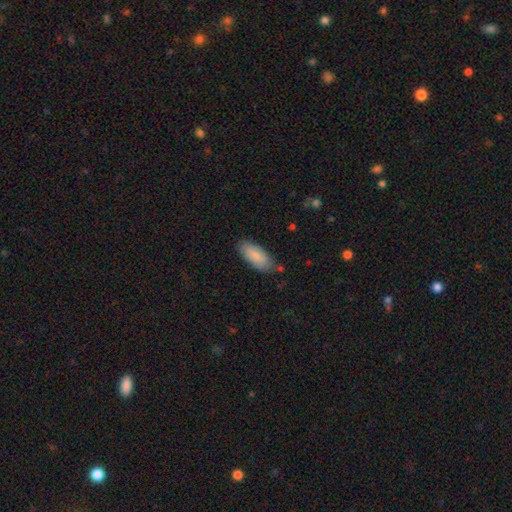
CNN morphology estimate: Smooth or featured?
  - smooth: 87% *
  - featured or disk: 7%
  - star or artifact: 6%
How rounded?
  - in between: 82% *
  - cigar-shaped: 16%
  - round: 2%
Merging?
  - none: 80% *
  - minor disturbance: 15%
  - major disturbance: 3%
  - merger: 2%